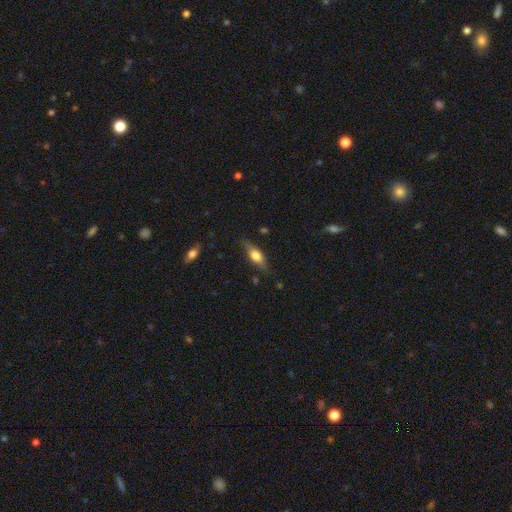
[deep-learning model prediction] A smooth galaxy with no disk features (49%).

Vote fractions:
- Smooth or featured? smooth: 49% / featured or disk: 44% / star or artifact: 7%
- Merging? none: 77% / minor disturbance: 17% / major disturbance: 4% / merger: 2%